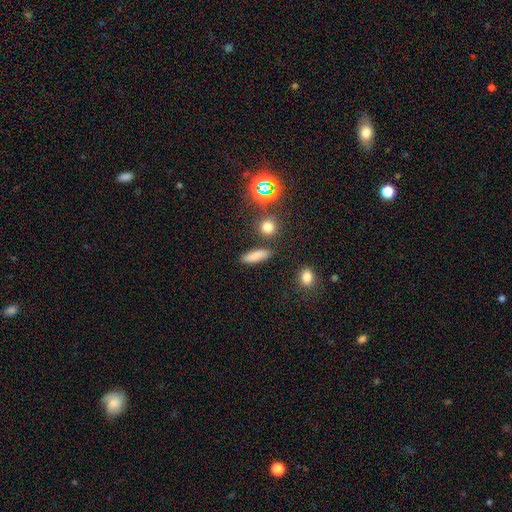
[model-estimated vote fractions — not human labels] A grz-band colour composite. It shows a smooth galaxy with no disk features (77%) that is cigar-shaped (58%). Merging: none (84%).